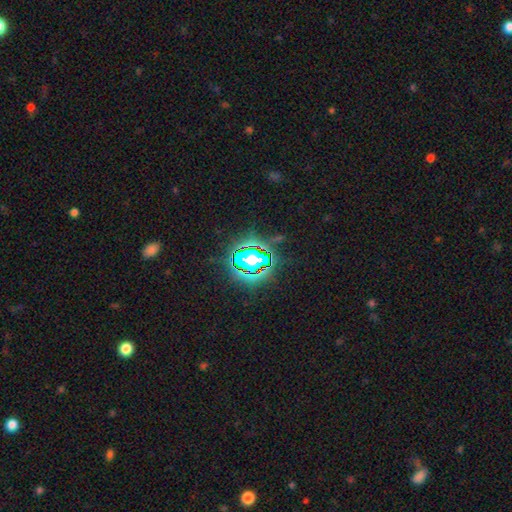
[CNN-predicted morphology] This appears to be a star or artifact, not a galaxy (66%).